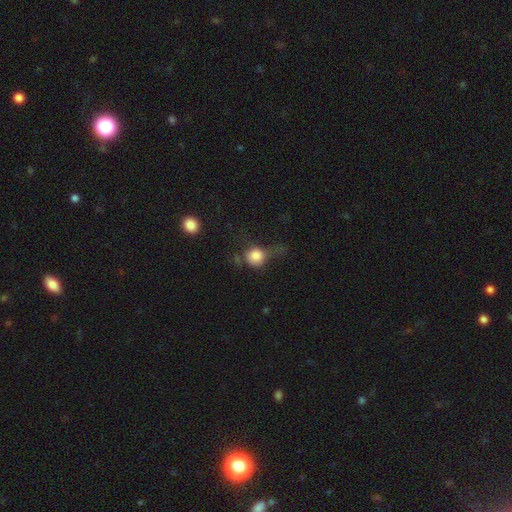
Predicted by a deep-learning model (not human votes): Smooth or featured? Predicted: smooth (p=0.76). How rounded? Predicted: round (p=0.84). Merging? Predicted: none (p=0.34).